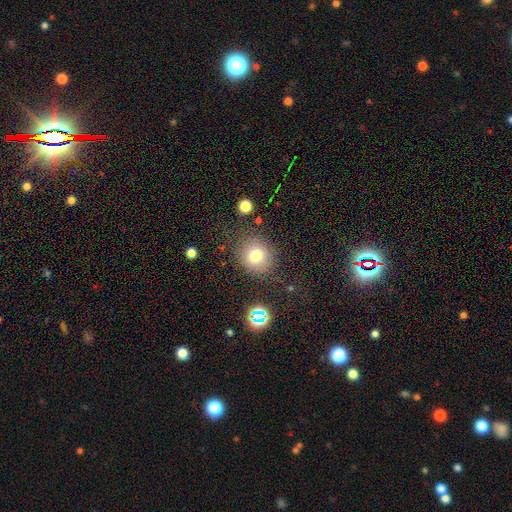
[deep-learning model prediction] Smooth or featured: smooth — 75% (star or artifact — 15%)
How rounded: round — 80% (in between — 19%)
Merging: none — 80% (minor disturbance — 12%)